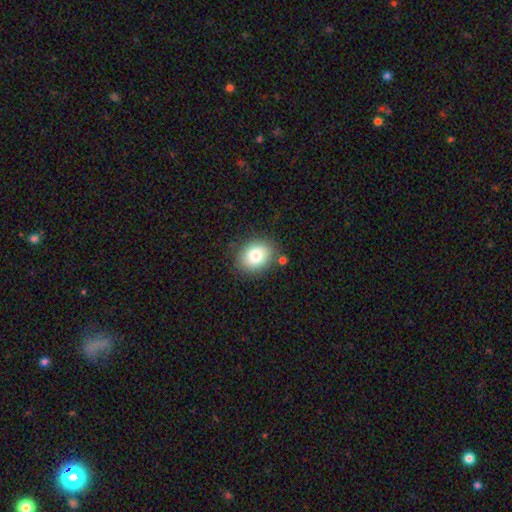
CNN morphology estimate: Smooth or featured?
  - smooth: 81% *
  - featured or disk: 10%
  - star or artifact: 9%
How rounded?
  - in between: 54% *
  - round: 45%
  - cigar-shaped: 1%
Merging?
  - none: 82% *
  - minor disturbance: 11%
  - merger: 4%
  - major disturbance: 3%